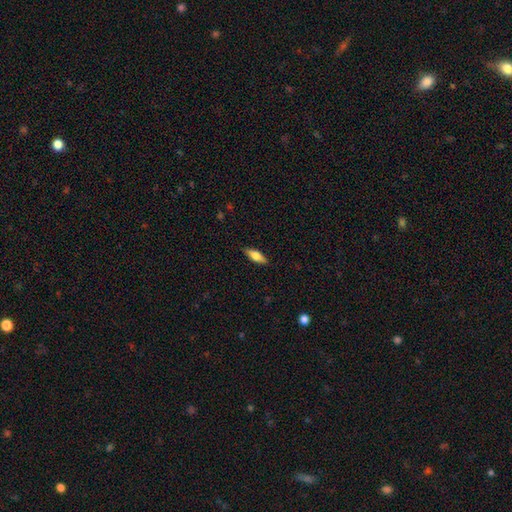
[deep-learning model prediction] Smooth or featured?
  - smooth: 64% *
  - featured or disk: 30%
  - star or artifact: 6%
How rounded?
  - in between: 61% *
  - cigar-shaped: 36%
  - round: 3%
Merging?
  - none: 88% *
  - minor disturbance: 9%
  - major disturbance: 2%
  - merger: 1%